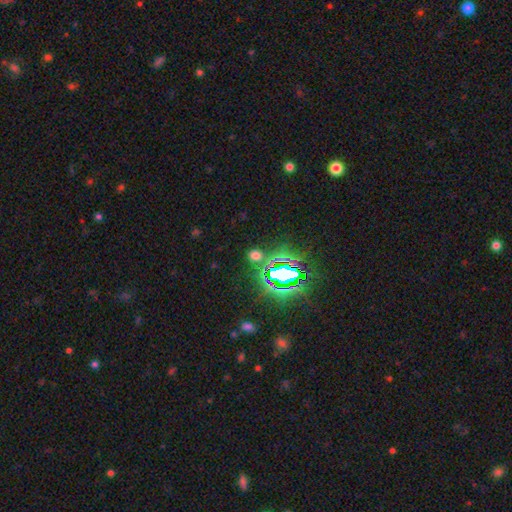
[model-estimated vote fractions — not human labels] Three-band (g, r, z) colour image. It shows a star or artifact, not a galaxy (49%).